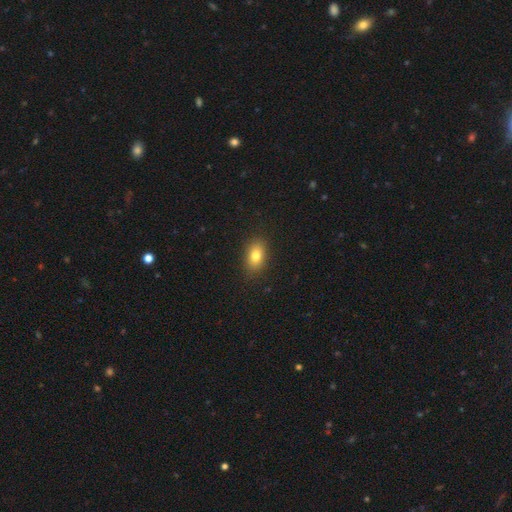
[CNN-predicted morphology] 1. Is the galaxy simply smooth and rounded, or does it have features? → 80% smooth, 10% featured or disk, 10% star or artifact.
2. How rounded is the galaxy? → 83% in between, 14% round, 3% cigar-shaped.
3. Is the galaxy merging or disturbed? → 87% none, 9% minor disturbance, 3% major disturbance, 1% merger.